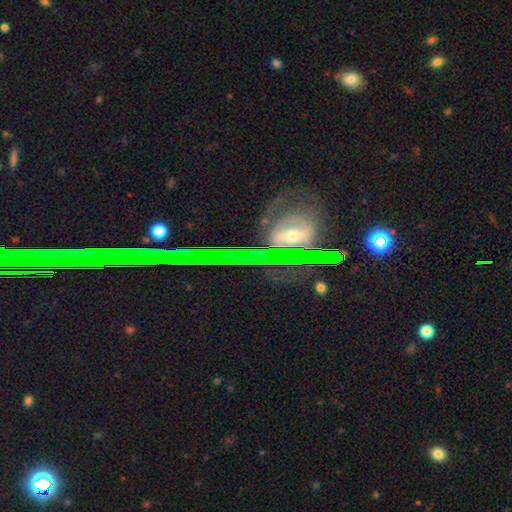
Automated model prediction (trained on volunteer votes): This is possibly a featured or disk galaxy (54%). It is likely not viewed edge-on (76%). Merging: likely none (73%).